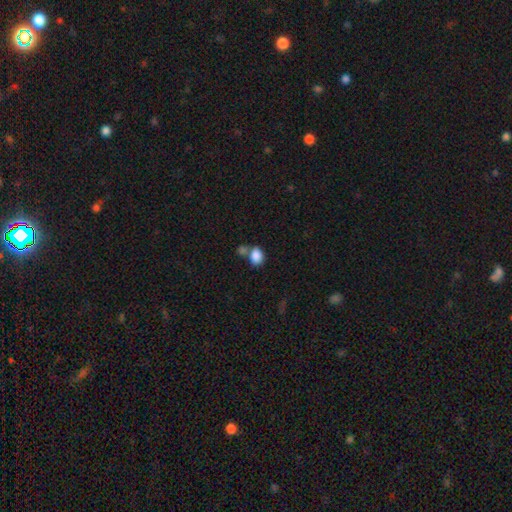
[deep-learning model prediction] A smooth galaxy with no disk features (85%) that is in between round and cigar-shaped (66%).

Vote fractions:
- Smooth or featured? smooth: 85% / star or artifact: 9% / featured or disk: 6%
- How rounded? in between: 66% / round: 33% / cigar-shaped: 1%
- Merging? none: 45% / merger: 38% / minor disturbance: 12% / major disturbance: 5%